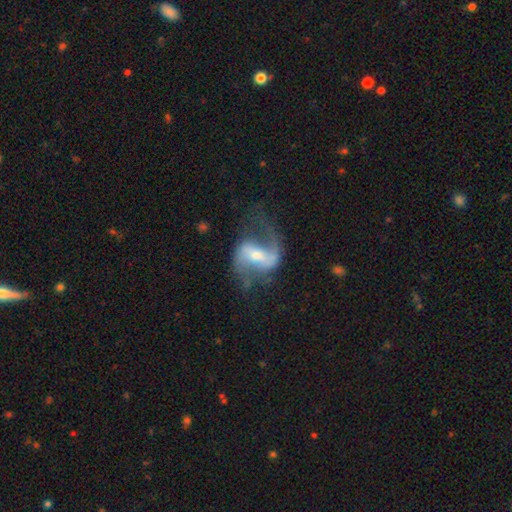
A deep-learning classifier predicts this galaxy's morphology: featured or disk 86%, smooth 9%, star or artifact 5%. Down the decision tree: edge-on disk — no (97%); bar — strong (42%); spiral arms — yes (94%); spiral arm count — 2 (86%); spiral winding — loose (59%); bulge size — moderate (51%); merging — none (57%).